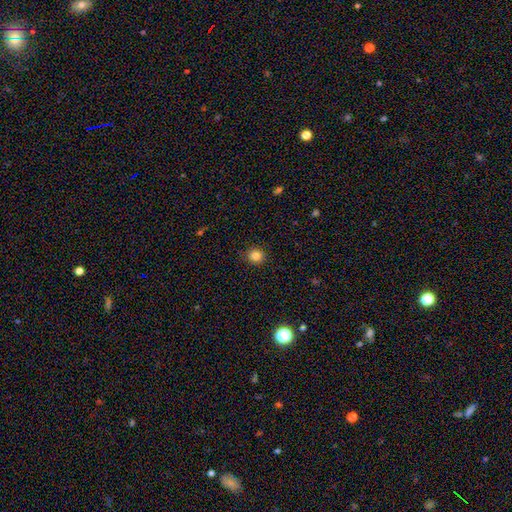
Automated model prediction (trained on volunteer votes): Smooth or featured: smooth — 84% (star or artifact — 11%)
How rounded: round — 86% (in between — 13%)
Merging: none — 90% (minor disturbance — 7%)